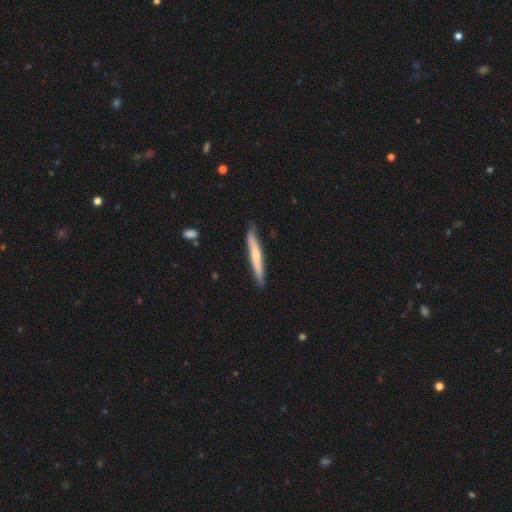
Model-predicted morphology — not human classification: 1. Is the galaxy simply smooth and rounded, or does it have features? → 52% smooth, 42% featured or disk, 5% star or artifact.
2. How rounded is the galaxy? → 95% cigar-shaped, 4% in between, 1% round.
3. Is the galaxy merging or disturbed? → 84% none, 13% minor disturbance, 2% major disturbance, 1% merger.